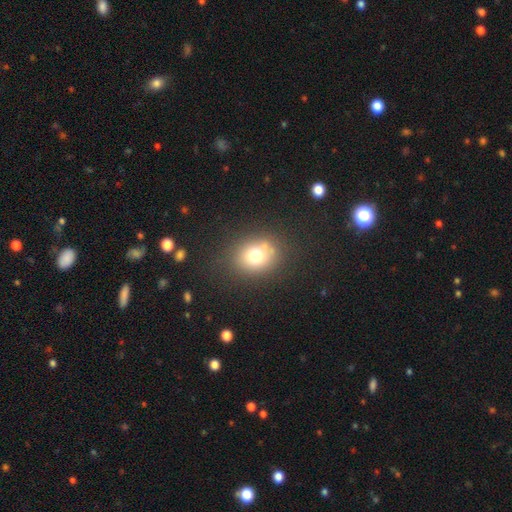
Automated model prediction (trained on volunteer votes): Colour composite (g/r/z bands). It shows a smooth galaxy with no disk features (71%) that is round (64%). Merging: none (74%).